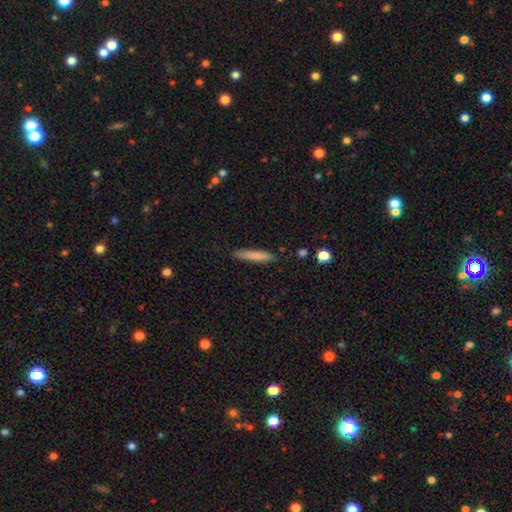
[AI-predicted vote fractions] This appears to be a smooth galaxy with no disk features (79%) that is cigar-shaped (91%). Merging: none (86%).